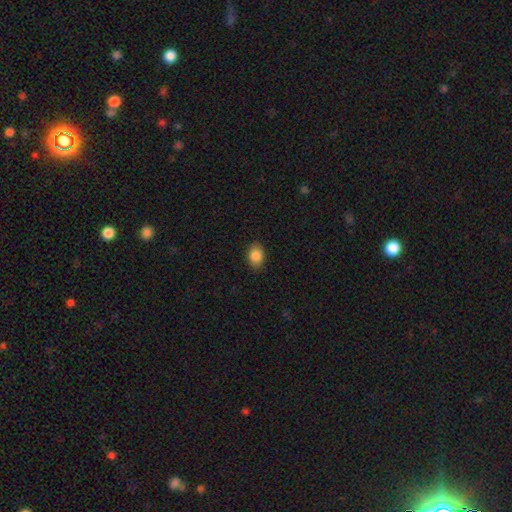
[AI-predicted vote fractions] Morphology: type=smooth (86%); roundness=in between (73%); merging=none (88%).